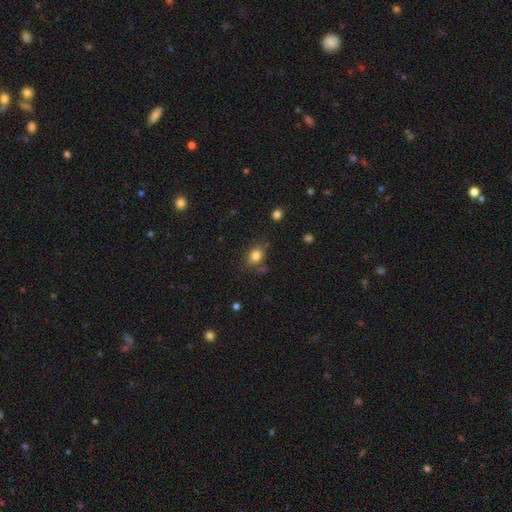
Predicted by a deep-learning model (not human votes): Morphology: type=smooth (82%); roundness=in between (53%); merging=none (74%).